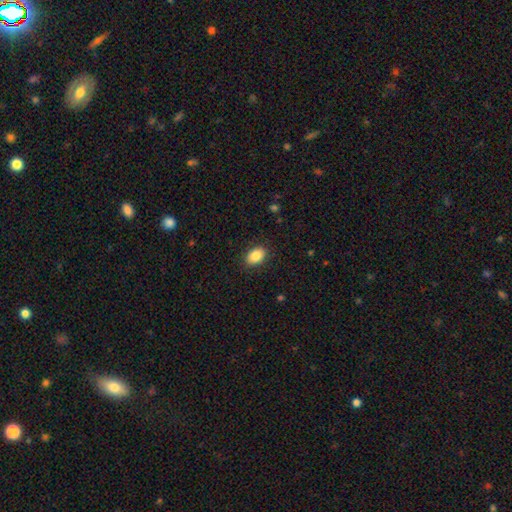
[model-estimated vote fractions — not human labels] Smooth or featured? Predicted: smooth (p=0.86). How rounded? Predicted: in between (p=0.83). Merging? Predicted: none (p=0.88).